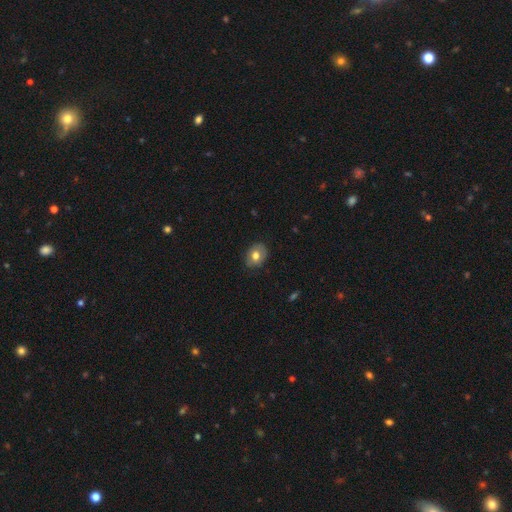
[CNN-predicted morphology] smooth_or_featured: smooth (p=0.72) [alt: featured or disk p=0.20]
how_rounded: in between (p=0.50) [alt: round p=0.49]
merging: none (p=0.82) [alt: minor disturbance p=0.15]